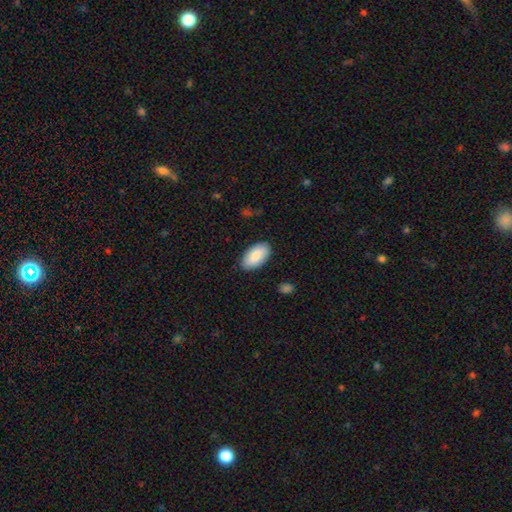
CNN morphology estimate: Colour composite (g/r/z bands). It shows a smooth galaxy with no disk features (83%) that is in between round and cigar-shaped (95%). Merging: none (86%).